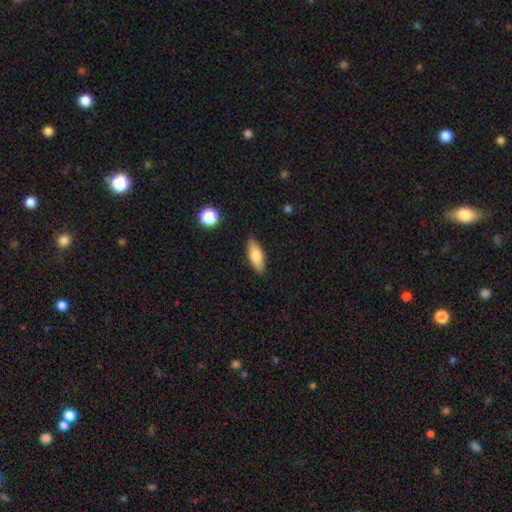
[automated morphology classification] smooth_or_featured: smooth (p=0.77) [alt: featured or disk p=0.17]
how_rounded: in between (p=0.69) [alt: cigar-shaped p=0.28]
merging: none (p=0.86) [alt: minor disturbance p=0.10]